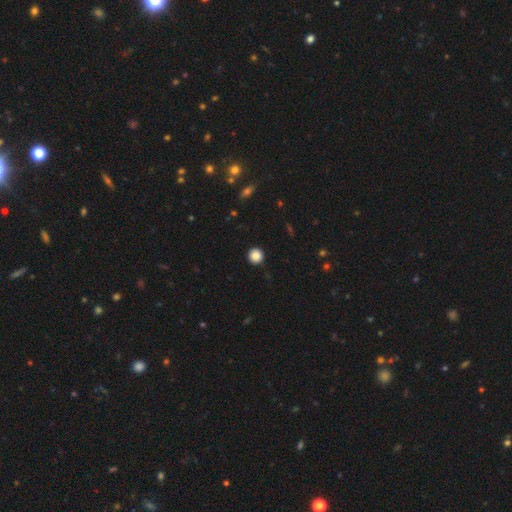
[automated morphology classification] Smooth or featured: smooth — 87% (star or artifact — 9%)
How rounded: round — 94% (in between — 5%)
Merging: none — 93% (minor disturbance — 5%)